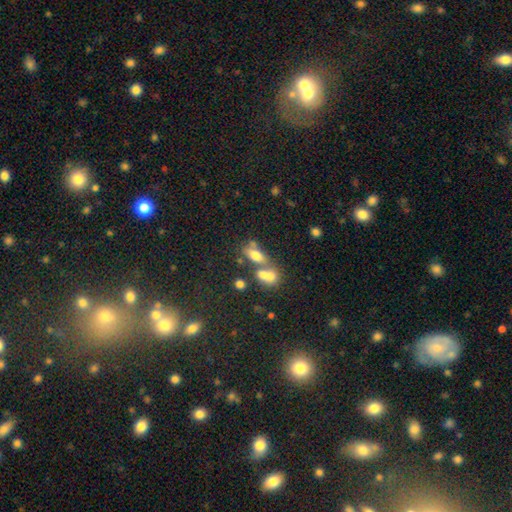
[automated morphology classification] smooth_or_featured: smooth (p=0.66) [alt: featured or disk p=0.22]
how_rounded: in between (p=0.79) [alt: round p=0.13]
merging: merger (p=0.53) [alt: none p=0.31]